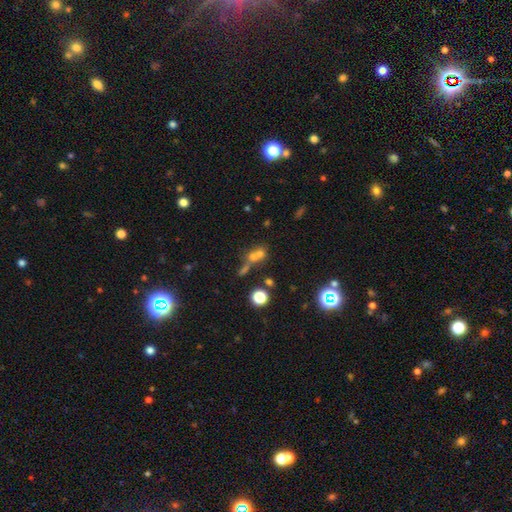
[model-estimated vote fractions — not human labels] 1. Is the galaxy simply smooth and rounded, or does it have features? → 56% smooth, 23% star or artifact, 21% featured or disk.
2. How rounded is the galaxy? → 69% round, 27% in between, 5% cigar-shaped.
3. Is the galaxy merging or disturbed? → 57% merger, 30% none, 7% minor disturbance, 5% major disturbance.